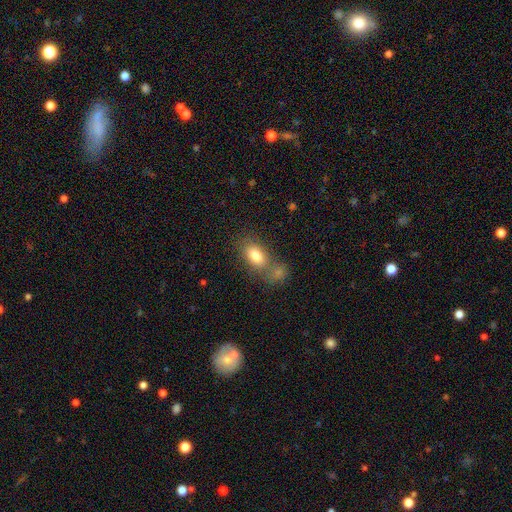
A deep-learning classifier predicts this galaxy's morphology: Smooth or featured: smooth — 80% (featured or disk — 12%)
How rounded: in between — 87% (round — 10%)
Merging: none — 49% (merger — 32%)